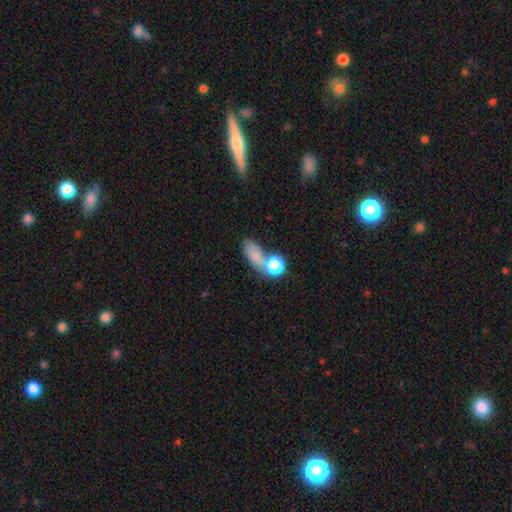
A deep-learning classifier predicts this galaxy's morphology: Smooth or featured?
  - smooth: 75% *
  - star or artifact: 14%
  - featured or disk: 11%
How rounded?
  - in between: 67% *
  - round: 21%
  - cigar-shaped: 12%
Merging?
  - none: 43% *
  - merger: 34%
  - minor disturbance: 13%
  - major disturbance: 9%